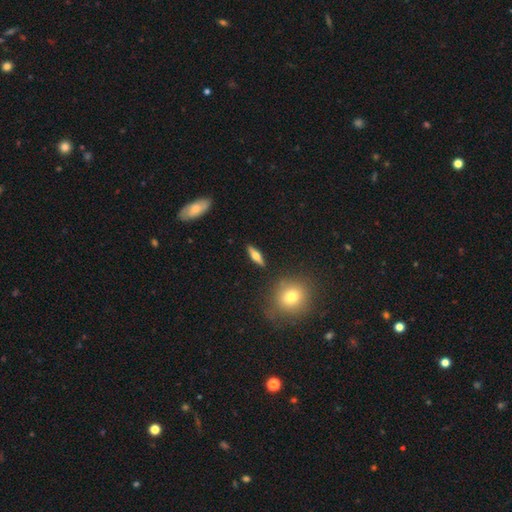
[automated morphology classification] A featured or disk galaxy (52%) viewed edge-on (93%).

Vote fractions:
- Smooth or featured? featured or disk: 52% / smooth: 41% / star or artifact: 7%
- Edge-on disk? yes: 93% / no: 7%
- Merging? none: 88% / minor disturbance: 8% / merger: 2% / major disturbance: 2%